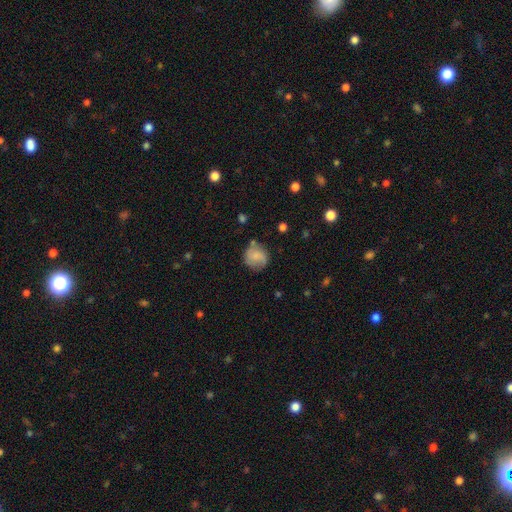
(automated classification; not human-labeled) Smooth or featured? Predicted: smooth (p=0.68). How rounded? Predicted: round (p=0.85). Merging? Predicted: none (p=0.70).